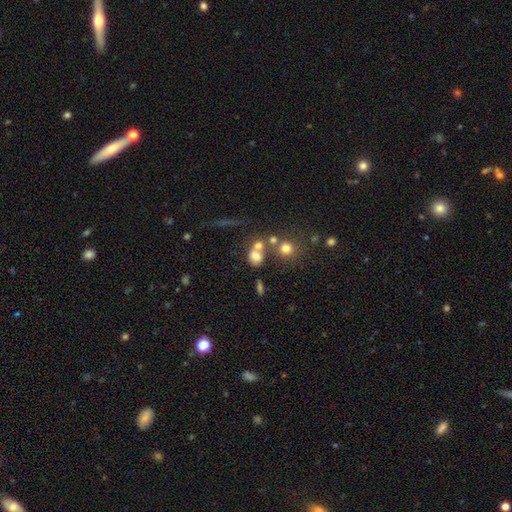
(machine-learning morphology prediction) smooth-or-featured: smooth: 67% | featured or disk: 17% | star or artifact: 16%
  how-rounded: round: 55% | in between: 43% | cigar-shaped: 2%
  merging: merger: 43% | none: 38% | minor disturbance: 11% | major disturbance: 9%